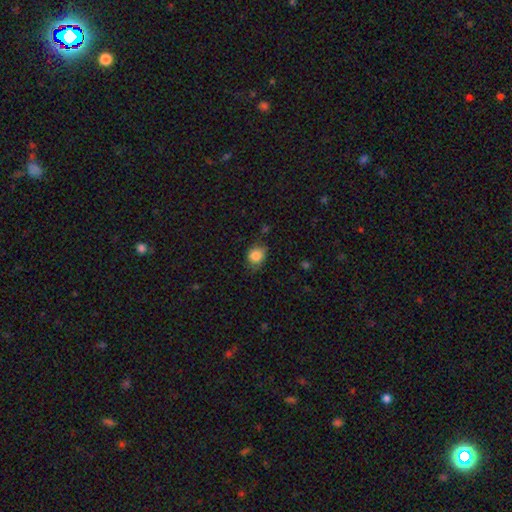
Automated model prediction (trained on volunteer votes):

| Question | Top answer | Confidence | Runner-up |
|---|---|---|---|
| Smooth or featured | smooth | 84% | star or artifact (9%) |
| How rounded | round | 60% | in between (39%) |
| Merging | none | 66% | minor disturbance (27%) |